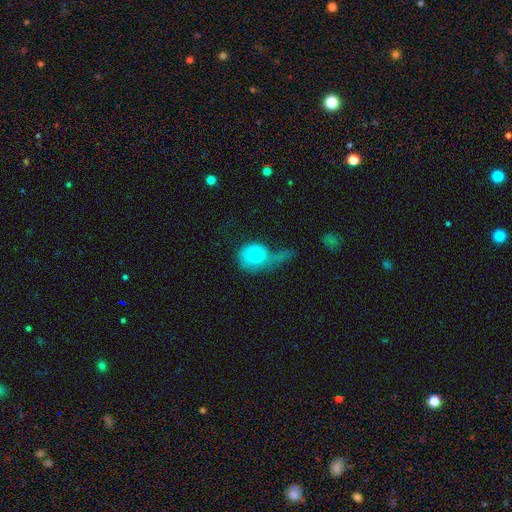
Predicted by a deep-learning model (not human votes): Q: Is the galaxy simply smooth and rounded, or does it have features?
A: smooth — 62%.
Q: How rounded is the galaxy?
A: round — 68%.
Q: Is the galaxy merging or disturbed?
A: major disturbance — 54%.